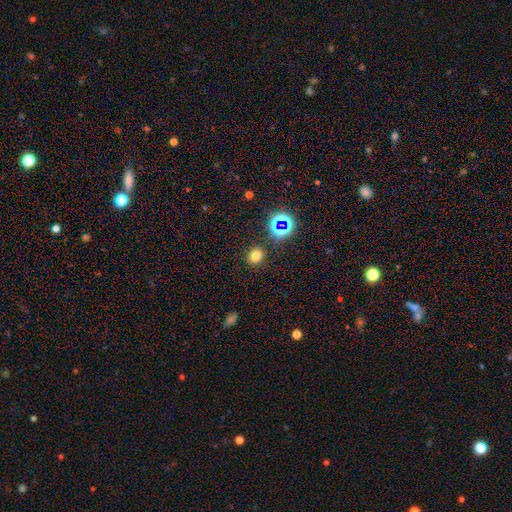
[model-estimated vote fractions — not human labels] Smooth or featured?
  - smooth: 71% *
  - star or artifact: 22%
  - featured or disk: 7%
How rounded?
  - round: 76% *
  - in between: 23%
  - cigar-shaped: 1%
Merging?
  - none: 87% *
  - minor disturbance: 7%
  - major disturbance: 3%
  - merger: 2%